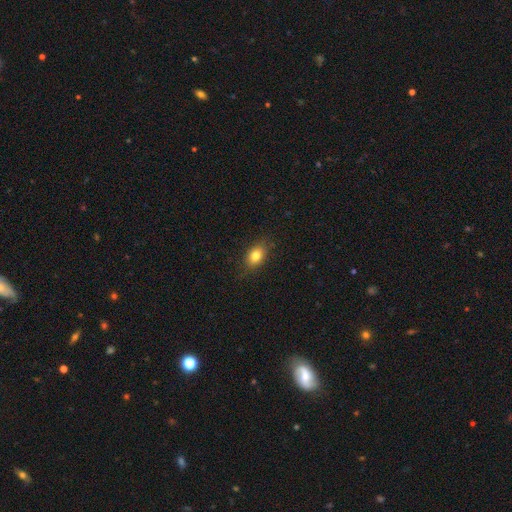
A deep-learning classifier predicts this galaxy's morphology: This is clearly a smooth galaxy (81%). How rounded: likely in between (78%). Merging: clearly none (83%).